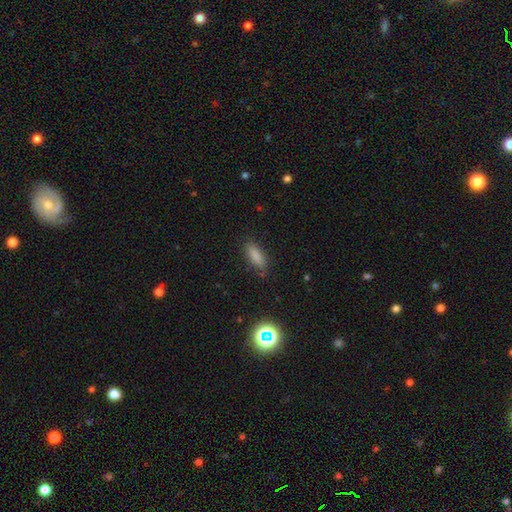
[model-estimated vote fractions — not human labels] Smooth or featured?
  - smooth: 84% *
  - star or artifact: 10%
  - featured or disk: 6%
How rounded?
  - in between: 66% *
  - cigar-shaped: 31%
  - round: 2%
Merging?
  - none: 82% *
  - minor disturbance: 13%
  - major disturbance: 3%
  - merger: 2%